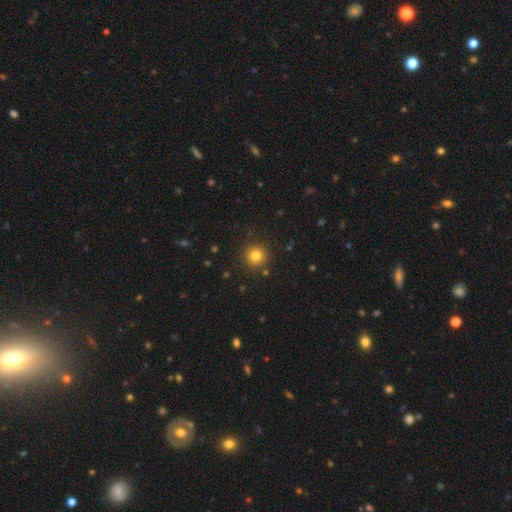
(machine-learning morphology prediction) Smooth or featured? smooth (80%)
How rounded? round (94%)
Merging? none (89%)